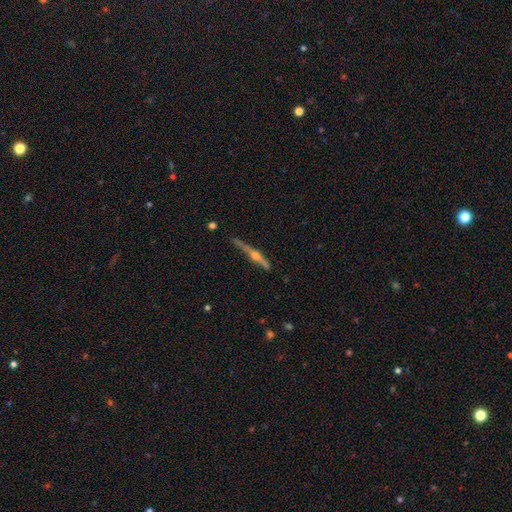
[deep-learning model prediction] Smooth or featured: featured or disk — 82% (smooth — 12%)
Edge-on disk: yes — 98% (no — 2%)
Edge-on bulge: rounded — 90% (boxy — 5%)
Merging: none — 79% (minor disturbance — 15%)